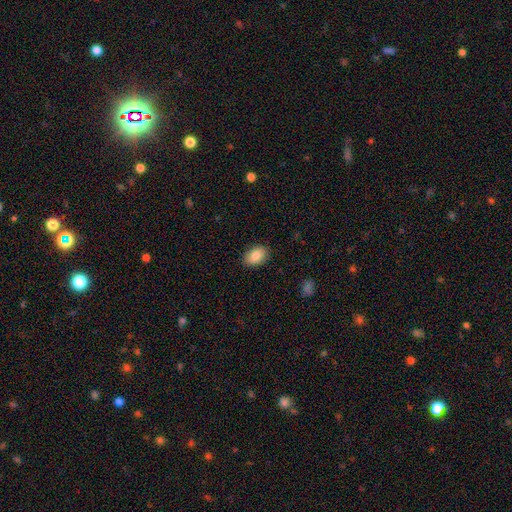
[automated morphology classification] Overall: smooth (86%). How rounded: in between (89%). Merging: none (88%).